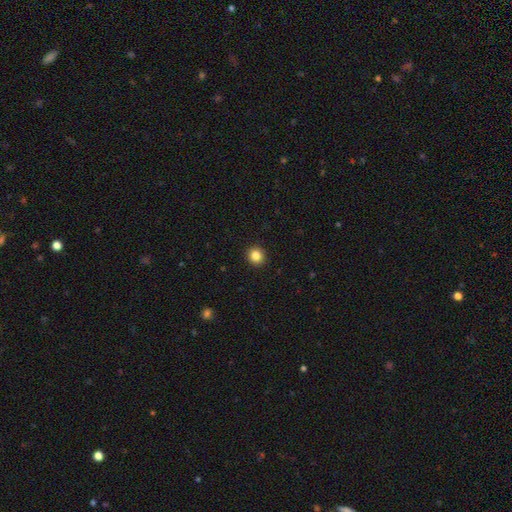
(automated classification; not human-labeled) Q: Smooth or featured?
A: smooth (85%); runner-up: star or artifact (10%)
Q: How rounded?
A: round (89%); runner-up: in between (10%)
Q: Merging?
A: none (93%); runner-up: minor disturbance (5%)